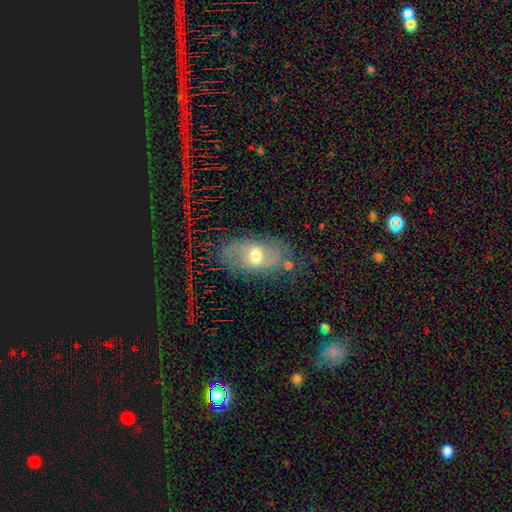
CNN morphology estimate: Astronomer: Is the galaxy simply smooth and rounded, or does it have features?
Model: featured or disk — 57% (runner-up: smooth, 33%).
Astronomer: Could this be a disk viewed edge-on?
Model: no — 91%.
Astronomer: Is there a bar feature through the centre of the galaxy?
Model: weak — 54%.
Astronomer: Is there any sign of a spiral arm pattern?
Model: yes — 64%.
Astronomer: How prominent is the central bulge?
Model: moderate — 68%.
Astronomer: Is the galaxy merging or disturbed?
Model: none — 62%.